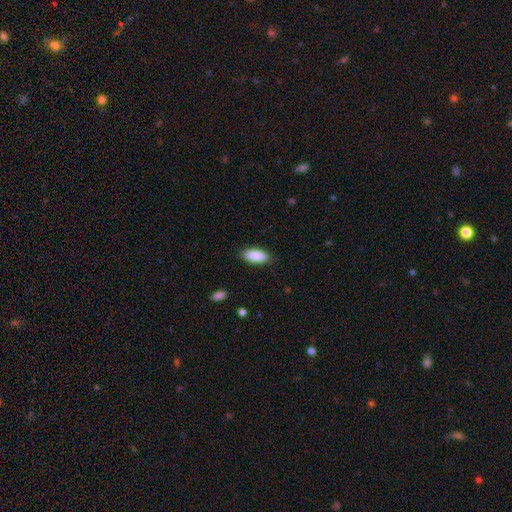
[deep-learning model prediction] Overall: smooth (90%). How rounded: in between (86%). Merging: none (87%).